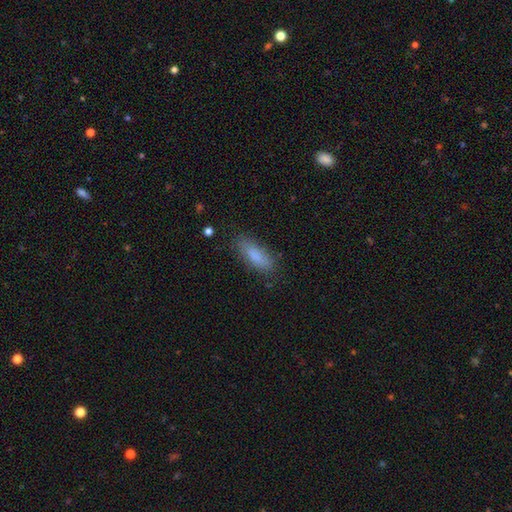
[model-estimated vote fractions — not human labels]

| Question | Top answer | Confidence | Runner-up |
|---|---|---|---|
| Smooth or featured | smooth | 84% | featured or disk (9%) |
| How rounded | in between | 62% | cigar-shaped (36%) |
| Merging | none | 81% | minor disturbance (14%) |